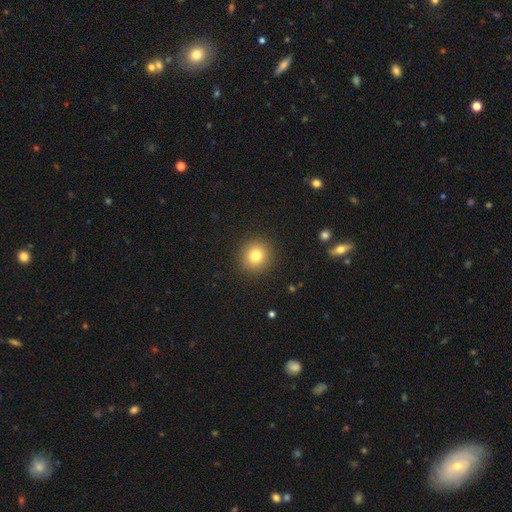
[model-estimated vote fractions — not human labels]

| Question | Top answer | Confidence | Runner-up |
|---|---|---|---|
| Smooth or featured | smooth | 80% | star or artifact (12%) |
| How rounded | round | 89% | in between (10%) |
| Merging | none | 91% | minor disturbance (6%) |